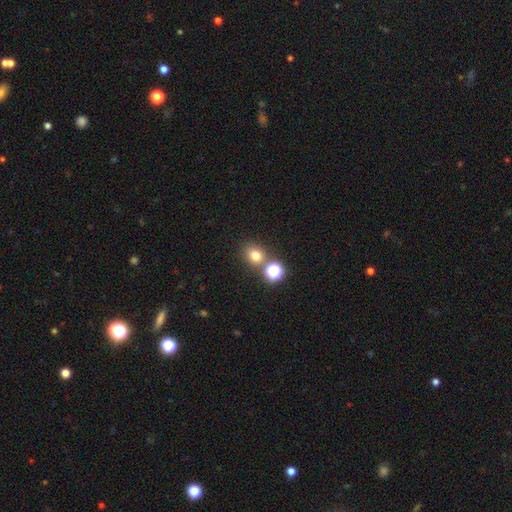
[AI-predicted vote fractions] Smooth or featured? Predicted: smooth (p=0.74). How rounded? Predicted: round (p=0.72). Merging? Predicted: none (p=0.69).